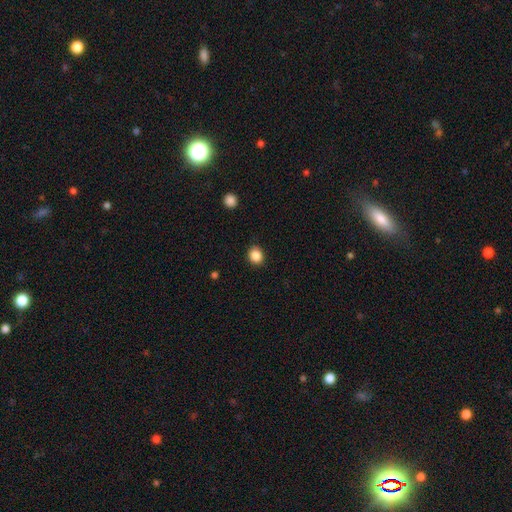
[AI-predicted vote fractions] Smooth or featured: smooth — 87% (star or artifact — 10%)
How rounded: round — 67% (in between — 32%)
Merging: none — 88% (minor disturbance — 9%)